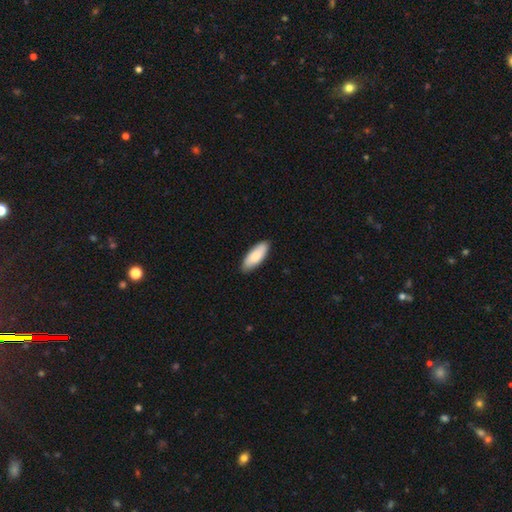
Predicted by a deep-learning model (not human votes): A smooth galaxy with no disk features (84%) that is in between round and cigar-shaped (74%).

Vote fractions:
- Smooth or featured? smooth: 84% / featured or disk: 11% / star or artifact: 5%
- How rounded? in between: 74% / cigar-shaped: 24% / round: 2%
- Merging? none: 87% / minor disturbance: 10% / major disturbance: 2% / merger: 1%